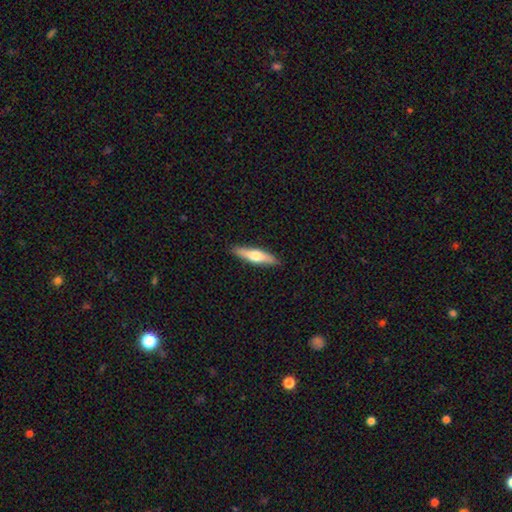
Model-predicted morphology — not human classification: Q: Smooth or featured?
A: smooth (53%); runner-up: featured or disk (41%)
Q: How rounded?
A: cigar-shaped (79%); runner-up: in between (20%)
Q: Merging?
A: none (89%); runner-up: minor disturbance (8%)